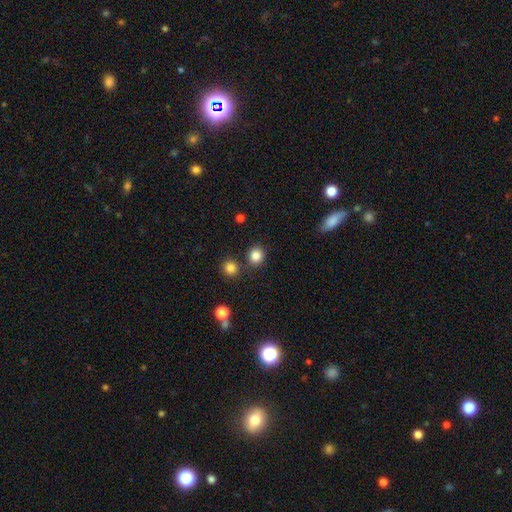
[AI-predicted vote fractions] Morphology: type=smooth (84%); roundness=round (83%); merging=none (82%).